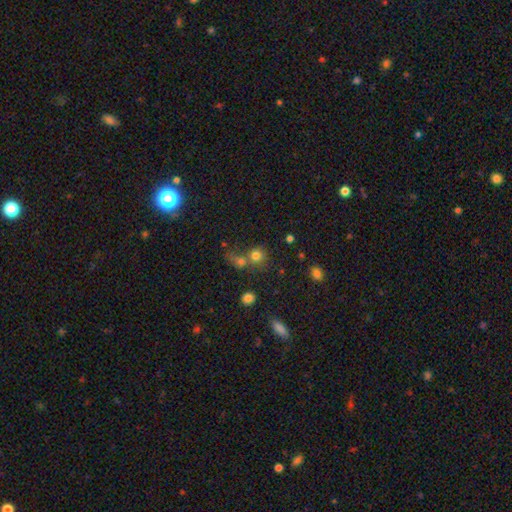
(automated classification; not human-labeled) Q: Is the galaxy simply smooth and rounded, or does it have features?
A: smooth — 75%.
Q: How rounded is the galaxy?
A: round — 85%.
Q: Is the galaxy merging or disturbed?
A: none — 44%.